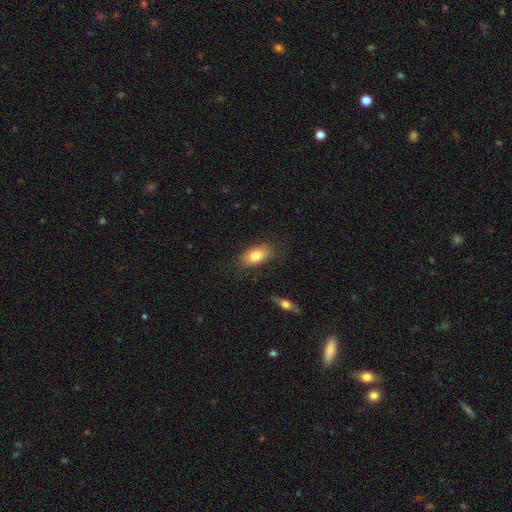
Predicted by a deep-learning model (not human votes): Smooth or featured: smooth — 78% (featured or disk — 15%)
How rounded: in between — 90% (round — 6%)
Merging: none — 78% (minor disturbance — 15%)